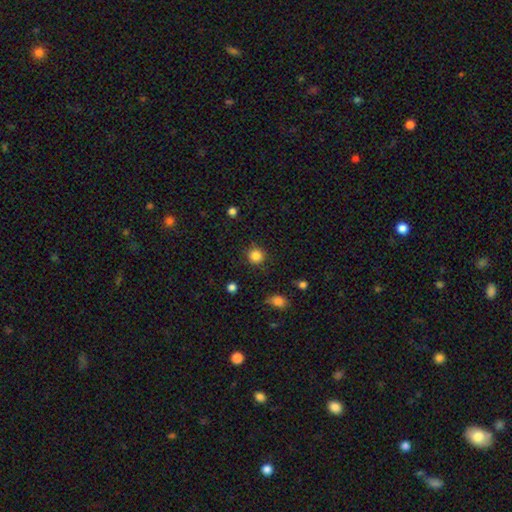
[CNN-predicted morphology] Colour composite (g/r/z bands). It shows a smooth galaxy with no disk features (85%) that is round (94%). Merging: none (88%).